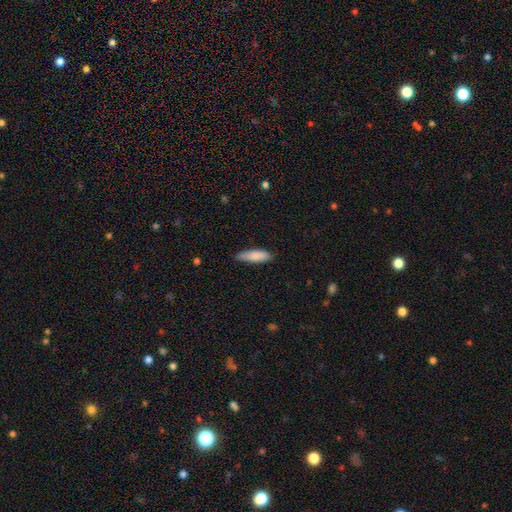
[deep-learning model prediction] Overall: smooth (86%). How rounded: cigar-shaped (55%; in between 44%). Merging: none (79%).